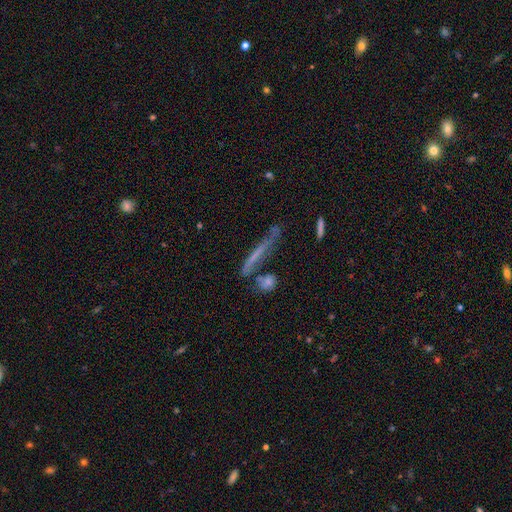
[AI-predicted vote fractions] Q: Smooth or featured?
A: featured or disk (45%); runner-up: smooth (43%)
Q: Merging?
A: none (58%); runner-up: minor disturbance (18%)